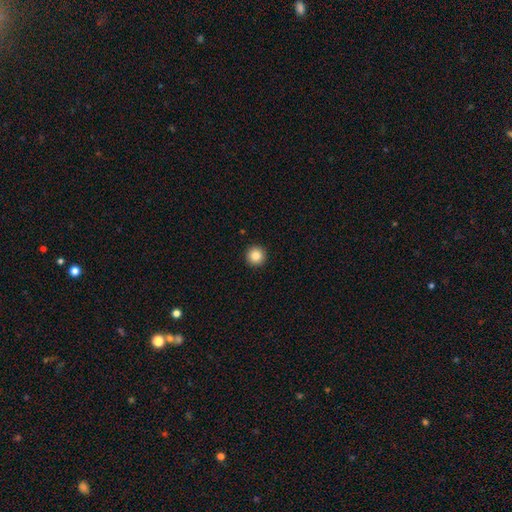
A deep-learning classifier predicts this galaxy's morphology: This is clearly a smooth galaxy (86%). How rounded: clearly round (96%). Merging: clearly none (94%).